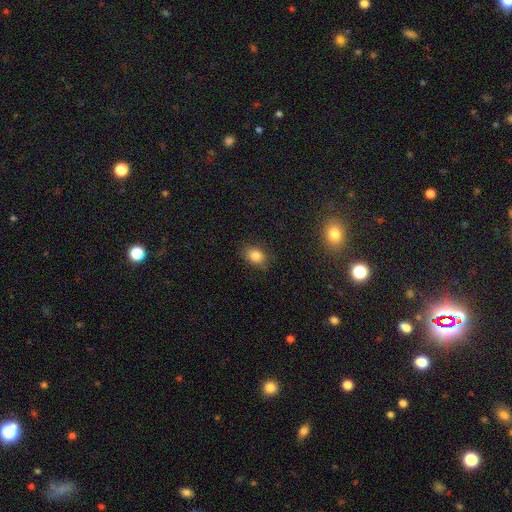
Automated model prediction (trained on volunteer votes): Smooth or featured? Predicted: smooth (p=0.83). How rounded? Predicted: in between (p=0.68). Merging? Predicted: none (p=0.82).